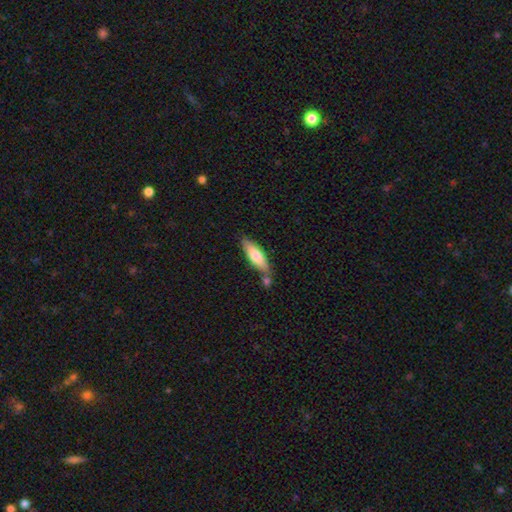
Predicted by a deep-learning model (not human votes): The model was most divided on "how rounded": cigar-shaped: 53%, in between: 46%, round: 2%. More confident: smooth or featured — smooth (72%); merging — none (61%).